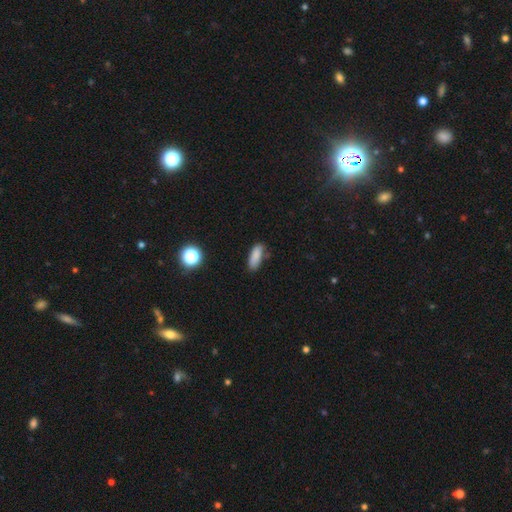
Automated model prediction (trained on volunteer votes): smooth_or_featured: smooth (p=0.84) [alt: star or artifact p=0.10]
how_rounded: in between (p=0.66) [alt: cigar-shaped p=0.31]
merging: none (p=0.70) [alt: minor disturbance p=0.21]